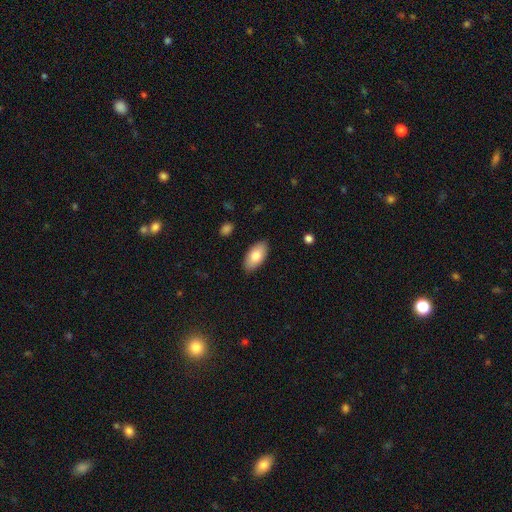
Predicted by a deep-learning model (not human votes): Overall: smooth (80%). How rounded: in between (94%). Merging: none (88%).